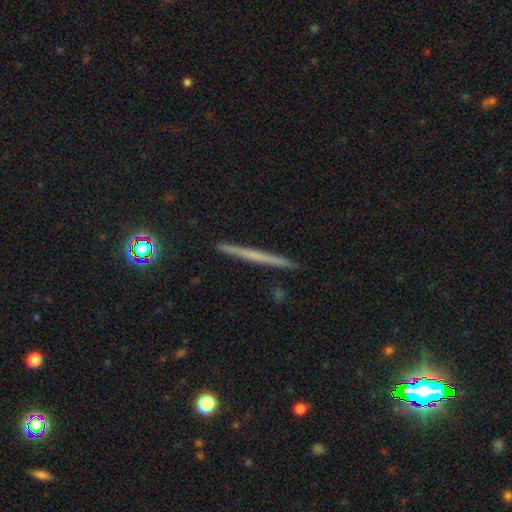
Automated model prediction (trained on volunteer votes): The model was most divided on "smooth or featured": featured or disk: 50%, smooth: 41%, star or artifact: 9%. More confident: merging — none (92%).